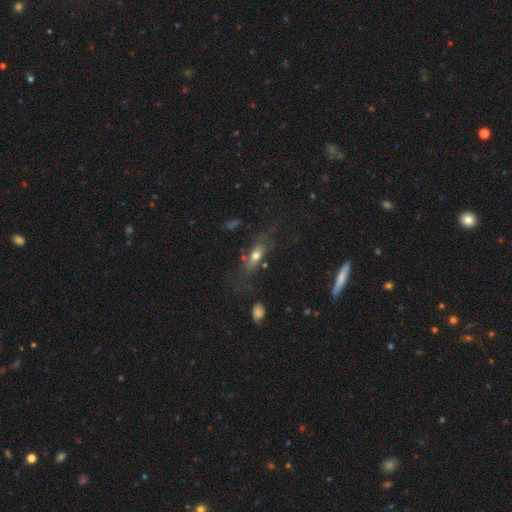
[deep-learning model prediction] Smooth or featured? smooth (59%)
How rounded? in between (62%)
Merging? none (54%)